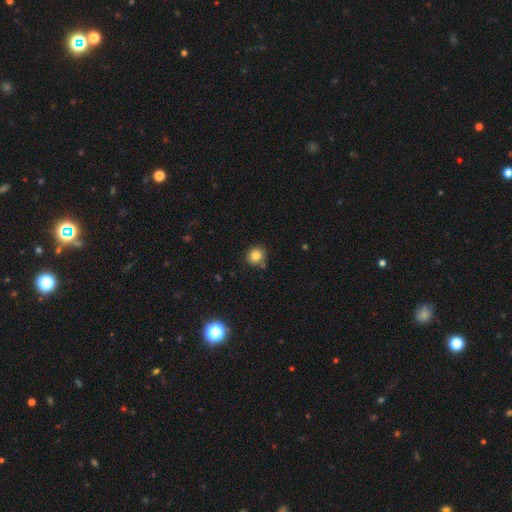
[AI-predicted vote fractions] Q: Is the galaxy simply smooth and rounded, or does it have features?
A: smooth — 82%.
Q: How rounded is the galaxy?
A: round — 88%.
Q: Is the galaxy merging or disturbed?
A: none — 80%.